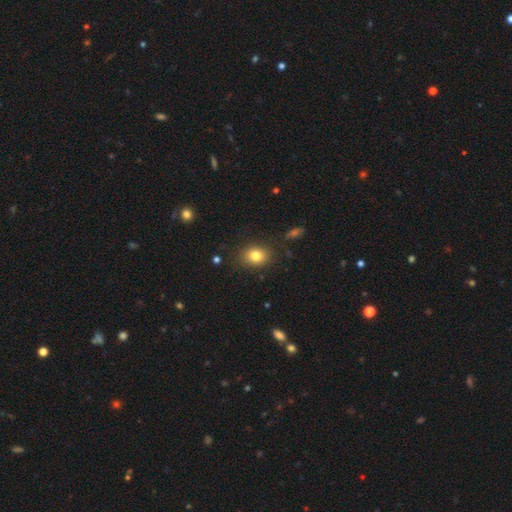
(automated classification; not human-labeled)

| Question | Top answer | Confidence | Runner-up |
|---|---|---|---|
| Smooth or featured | smooth | 81% | star or artifact (11%) |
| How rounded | in between | 53% | round (46%) |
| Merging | none | 84% | minor disturbance (11%) |